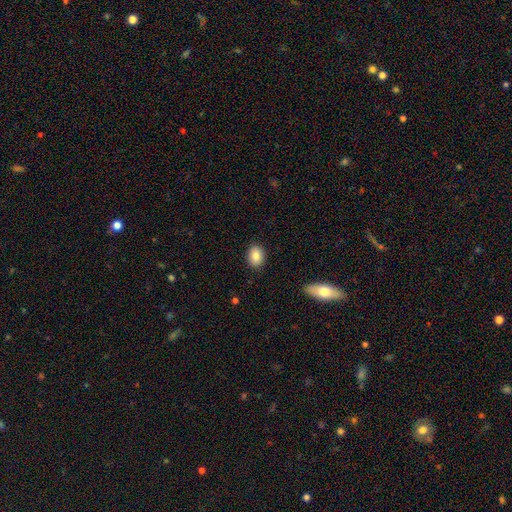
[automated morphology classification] smooth 83%, featured or disk 9%, star or artifact 8%. Down the decision tree: how rounded — in between (67%); merging — none (89%).